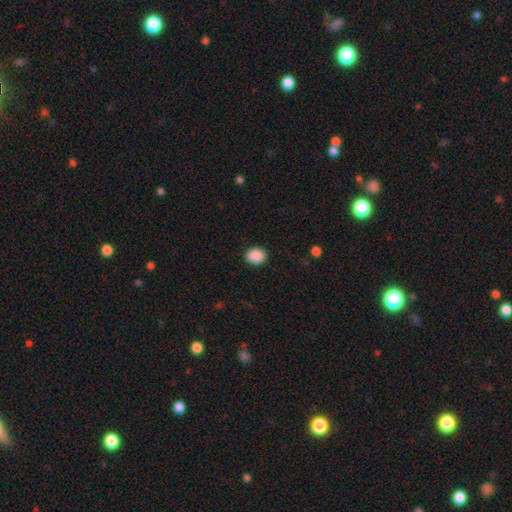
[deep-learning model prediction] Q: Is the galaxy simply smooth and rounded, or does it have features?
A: smooth — 90%.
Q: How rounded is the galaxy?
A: round — 55%.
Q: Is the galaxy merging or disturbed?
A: none — 90%.